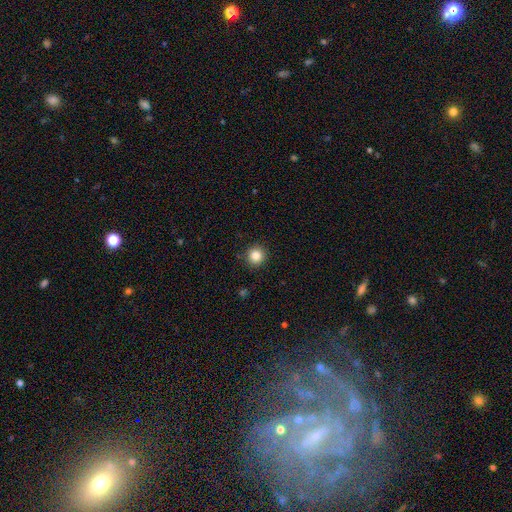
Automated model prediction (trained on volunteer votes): Smooth or featured? Predicted: smooth (p=0.84). How rounded? Predicted: round (p=0.93). Merging? Predicted: none (p=0.91).